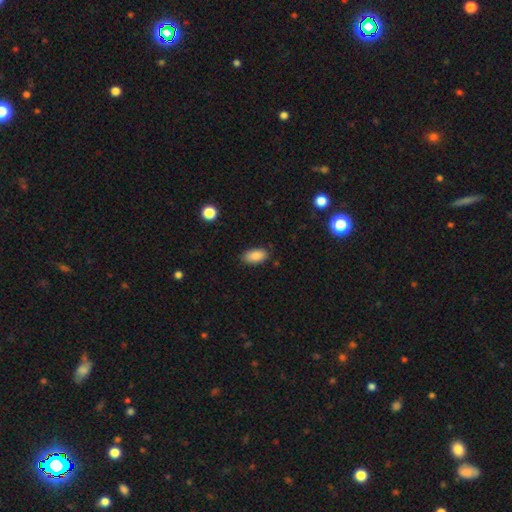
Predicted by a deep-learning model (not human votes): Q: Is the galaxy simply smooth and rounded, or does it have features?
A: smooth — 87%.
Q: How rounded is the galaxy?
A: in between — 93%.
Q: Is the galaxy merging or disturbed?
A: none — 84%.